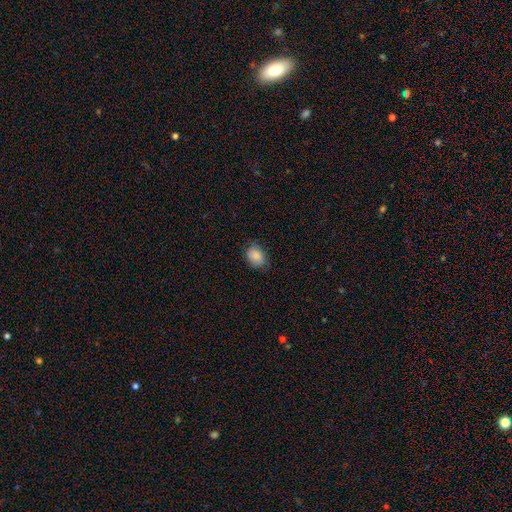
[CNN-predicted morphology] smooth 87%, star or artifact 8%, featured or disk 6%. Down the decision tree: how rounded — in between (59%); merging — none (77%).